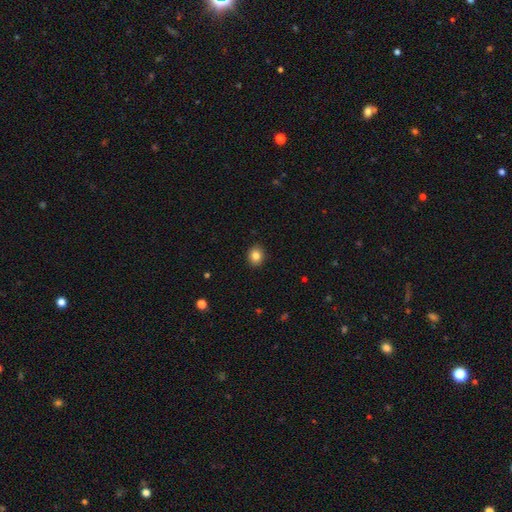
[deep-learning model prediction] Smooth or featured? Predicted: smooth (p=0.84). How rounded? Predicted: round (p=0.65). Merging? Predicted: none (p=0.91).